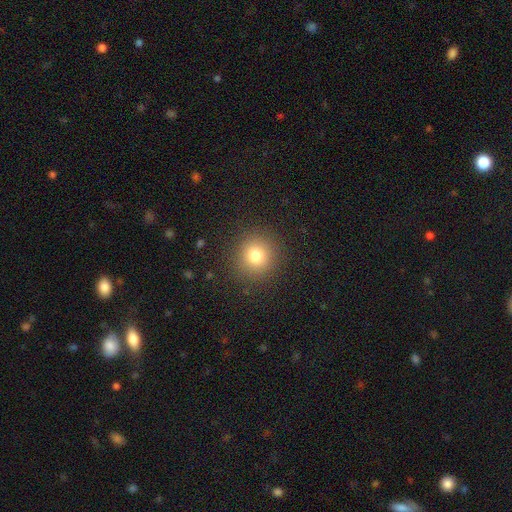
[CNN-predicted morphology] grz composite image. It shows a smooth galaxy with no disk features (78%) that is round (92%). Merging: none (90%).